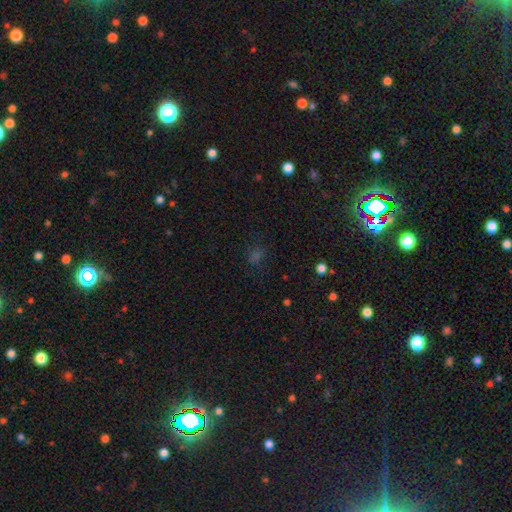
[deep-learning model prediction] The model was most divided on "smooth or featured": star or artifact: 49%, smooth: 41%, featured or disk: 10%.